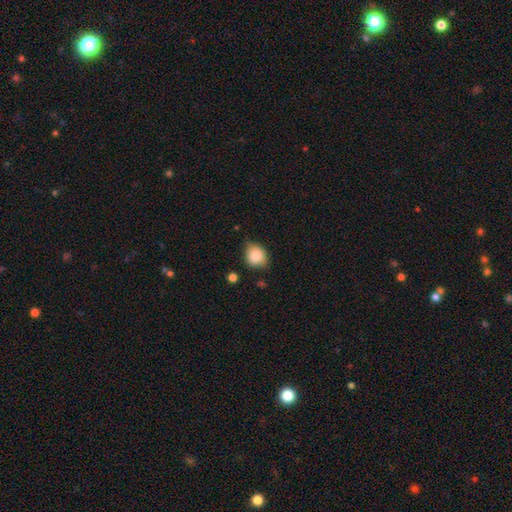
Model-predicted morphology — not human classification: This appears to be a smooth galaxy with no disk features (86%) that is round (64%). Merging: none (66%).